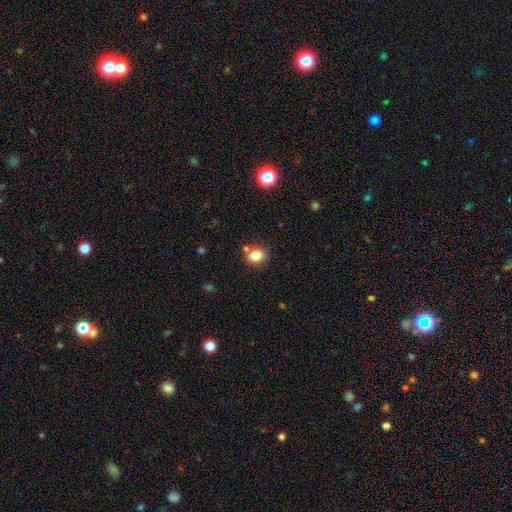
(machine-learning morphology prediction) Smooth or featured?
  - smooth: 81% *
  - star or artifact: 11%
  - featured or disk: 8%
How rounded?
  - round: 57% *
  - in between: 42%
  - cigar-shaped: 1%
Merging?
  - none: 74% *
  - minor disturbance: 13%
  - merger: 10%
  - major disturbance: 3%